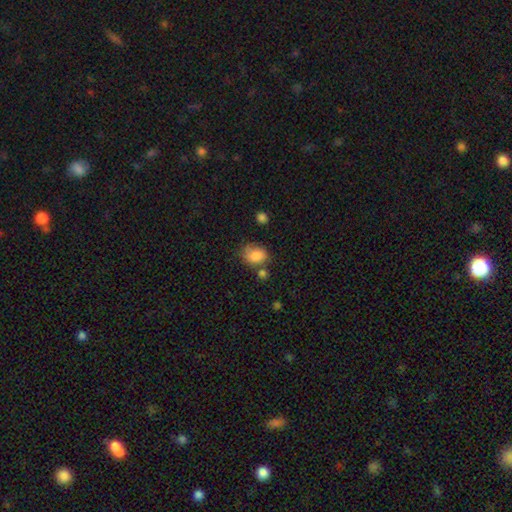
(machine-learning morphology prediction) This appears to be a smooth galaxy with no disk features (84%) that is in between round and cigar-shaped (62%). Merging: none (56%).